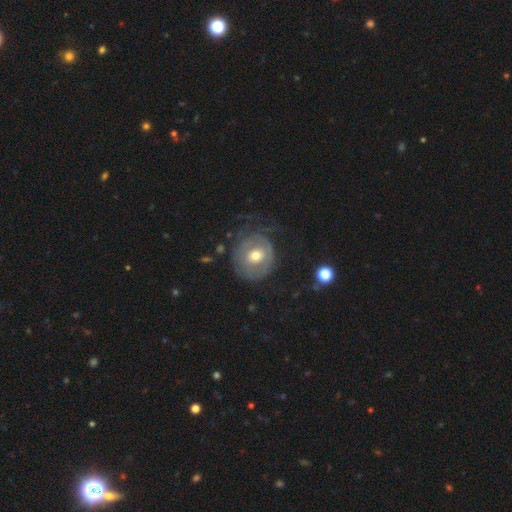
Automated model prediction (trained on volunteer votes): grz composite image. It shows a featured or disk galaxy (59%) with no bar (77%), spiral arms (54%) and a moderate central bulge (68%). Merging: none (57%).